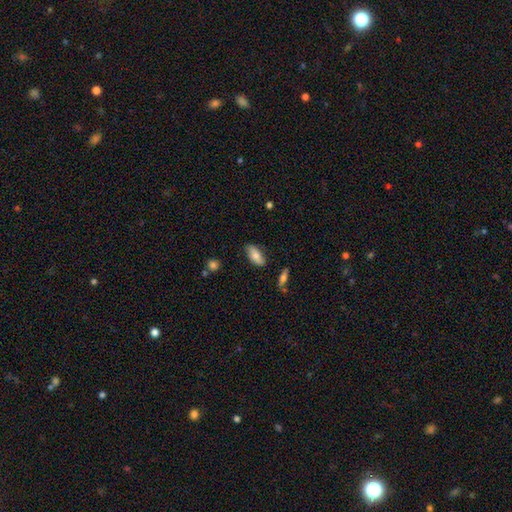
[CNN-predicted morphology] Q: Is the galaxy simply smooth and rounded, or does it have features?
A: smooth — 75%.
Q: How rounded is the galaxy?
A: in between — 87%.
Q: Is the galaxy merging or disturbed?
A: none — 77%.